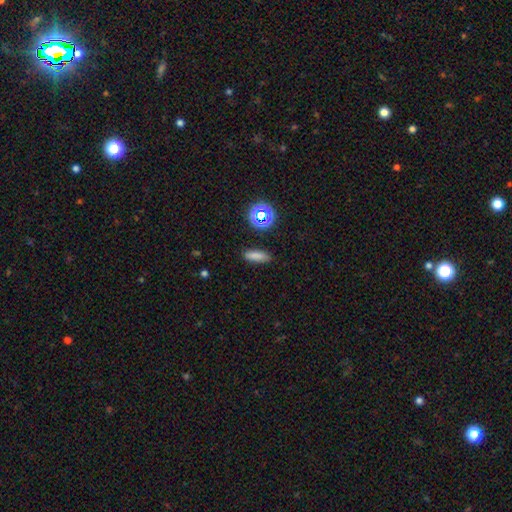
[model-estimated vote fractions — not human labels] This appears to be a smooth galaxy with no disk features (78%) that is in between round and cigar-shaped (48%). Merging: none (86%).